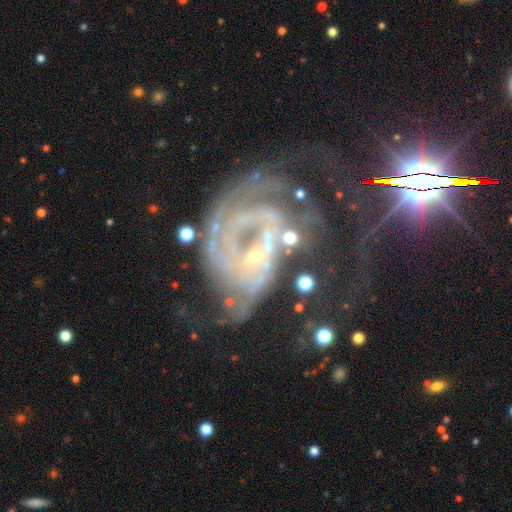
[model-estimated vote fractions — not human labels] Smooth or featured?
  - featured or disk: 82% *
  - star or artifact: 12%
  - smooth: 6%
Edge-on disk?
  - no: 98% *
  - yes: 2%
Bar?
  - no: 57% *
  - weak: 31%
  - strong: 13%
Spiral arms?
  - yes: 86% *
  - no: 14%
Spiral winding?
  - medium: 41% *
  - tight: 37%
  - loose: 22%
Spiral arm count?
  - 2: 34% *
  - can't tell: 29%
  - 3: 13%
  - 1: 11%
  - 4: 6%
  - more than 4: 6%
Bulge size?
  - small: 73% *
  - moderate: 12%
  - none: 12%
  - large: 1%
  - dominant: 1%
Merging?
  - major disturbance: 41% *
  - none: 26%
  - minor disturbance: 17%
  - merger: 16%